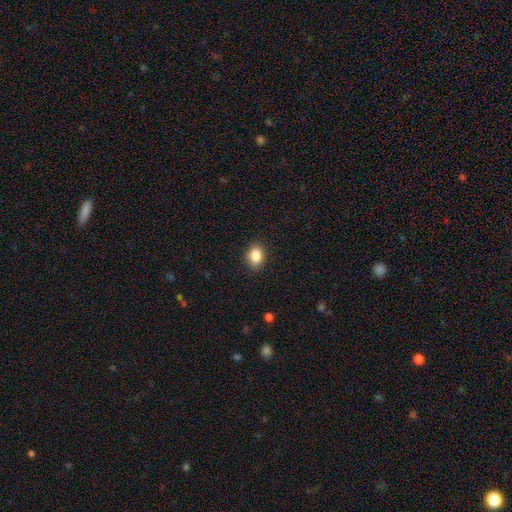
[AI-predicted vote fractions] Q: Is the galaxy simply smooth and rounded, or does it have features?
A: smooth — 86%.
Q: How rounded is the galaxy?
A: in between — 73%.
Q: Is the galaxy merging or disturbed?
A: none — 88%.